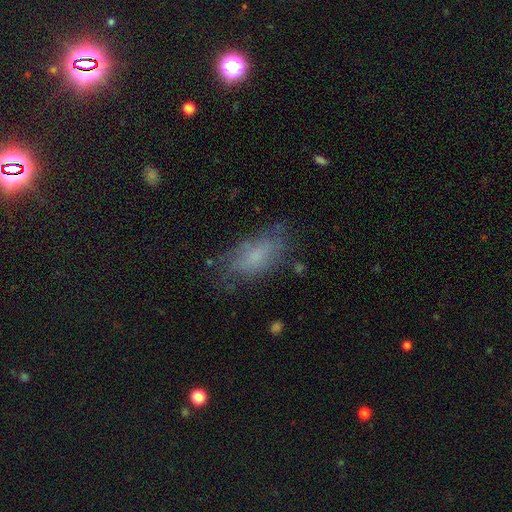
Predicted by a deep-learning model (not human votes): Smooth or featured? Predicted: smooth (p=0.62). How rounded? Predicted: in between (p=0.85). Merging? Predicted: none (p=0.62).